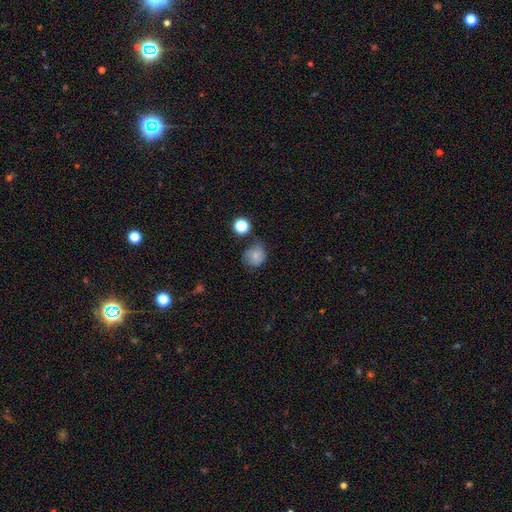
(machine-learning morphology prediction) Overall: smooth (79%). How rounded: round (76%). Merging: none (65%).